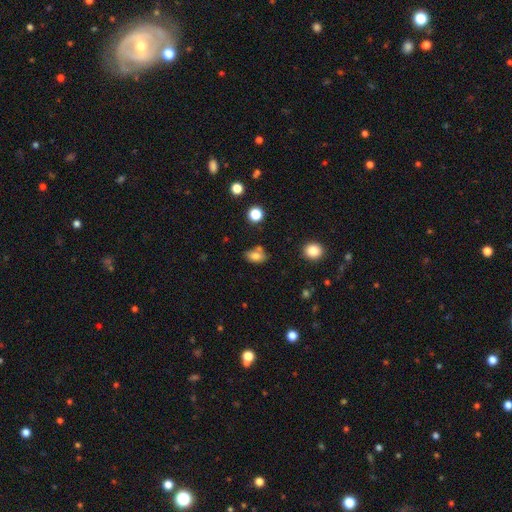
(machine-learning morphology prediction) type=smooth (78%); roundness=in between (81%); merging=none (63%).